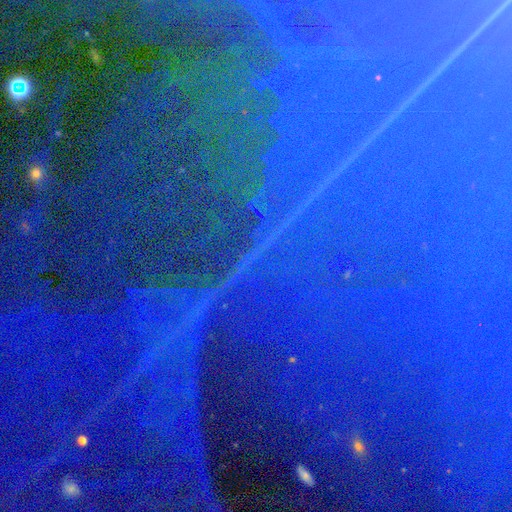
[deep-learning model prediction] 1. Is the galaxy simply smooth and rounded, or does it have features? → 88% star or artifact, 7% featured or disk, 5% smooth.